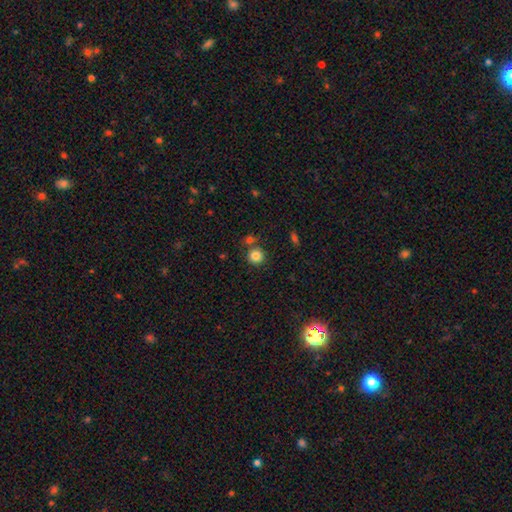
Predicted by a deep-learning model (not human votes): Morphology: type=smooth (83%); roundness=round (93%); merging=none (76%).